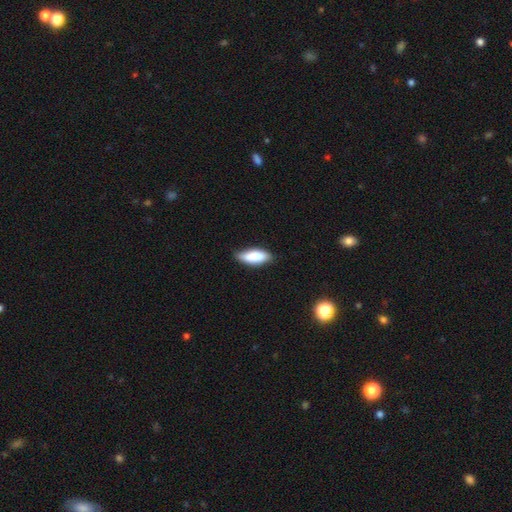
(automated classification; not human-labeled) smooth_or_featured: smooth (p=0.83) [alt: featured or disk p=0.11]
how_rounded: in between (p=0.76) [alt: cigar-shaped p=0.22]
merging: none (p=0.74) [alt: minor disturbance p=0.22]